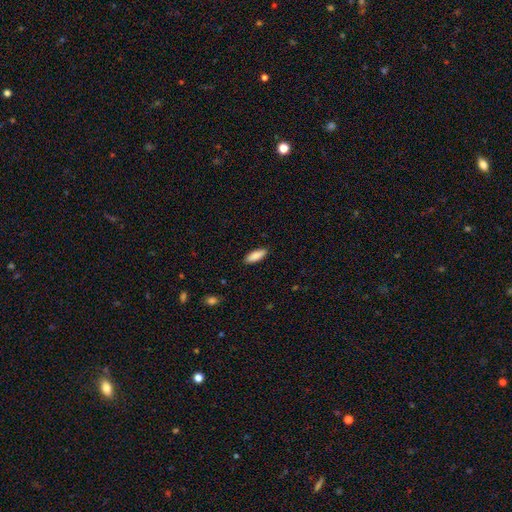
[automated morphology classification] smooth 89%, star or artifact 6%, featured or disk 5%. Down the decision tree: how rounded — in between (66%); merging — none (89%).